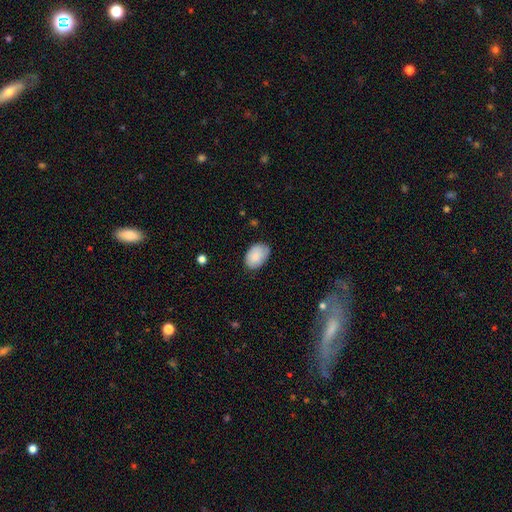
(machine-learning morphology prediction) Smooth or featured: smooth — 85% (featured or disk — 8%)
How rounded: in between — 86% (round — 13%)
Merging: none — 74% (minor disturbance — 21%)